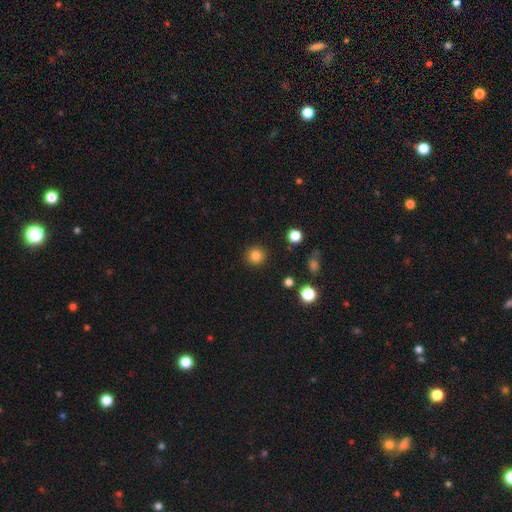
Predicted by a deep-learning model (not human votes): Smooth or featured?
  - smooth: 83% *
  - star or artifact: 12%
  - featured or disk: 5%
How rounded?
  - round: 94% *
  - in between: 5%
  - cigar-shaped: 1%
Merging?
  - none: 92% *
  - minor disturbance: 5%
  - major disturbance: 2%
  - merger: 1%